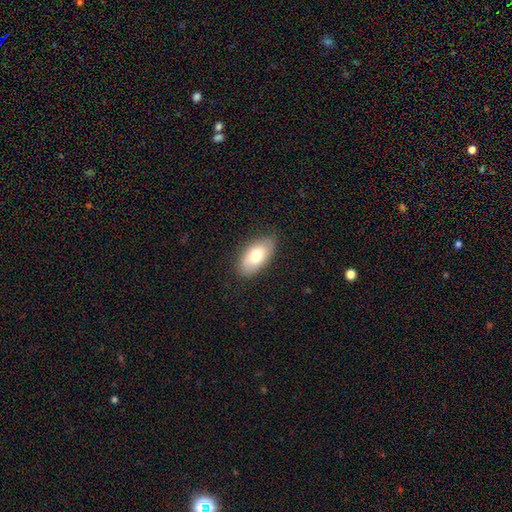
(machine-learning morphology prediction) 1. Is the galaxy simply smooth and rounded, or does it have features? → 72% smooth, 22% featured or disk, 7% star or artifact.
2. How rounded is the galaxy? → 93% in between, 3% round, 3% cigar-shaped.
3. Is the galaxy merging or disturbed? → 81% none, 15% minor disturbance, 3% major disturbance, 1% merger.